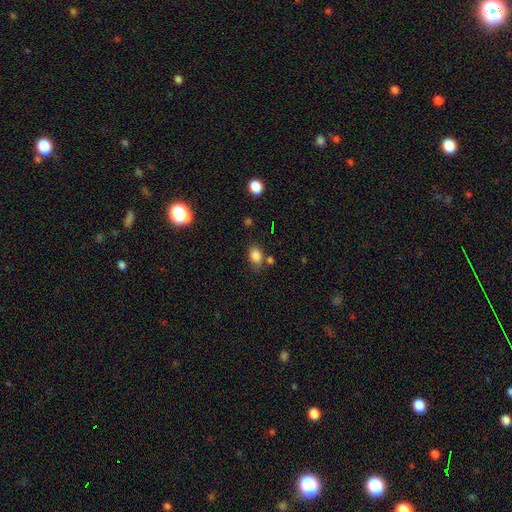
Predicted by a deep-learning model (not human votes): The model was most divided on "how rounded": in between: 74%, round: 24%, cigar-shaped: 1%. More confident: smooth or featured — smooth (84%); merging — none (72%).